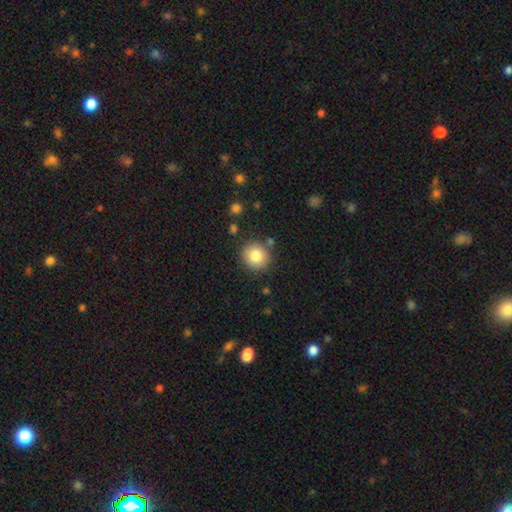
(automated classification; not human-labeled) This is clearly a smooth galaxy (81%). How rounded: clearly round (91%). Merging: clearly none (85%).